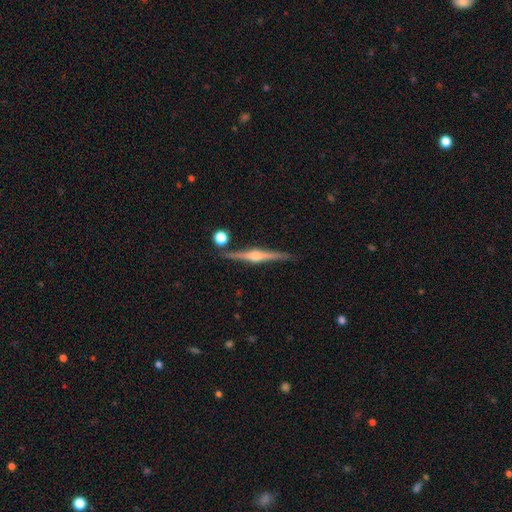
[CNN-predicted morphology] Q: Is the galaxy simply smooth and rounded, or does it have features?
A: featured or disk — 86%.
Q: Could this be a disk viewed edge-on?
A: yes — 98%.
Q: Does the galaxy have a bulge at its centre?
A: rounded — 93%.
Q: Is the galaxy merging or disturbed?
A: none — 88%.